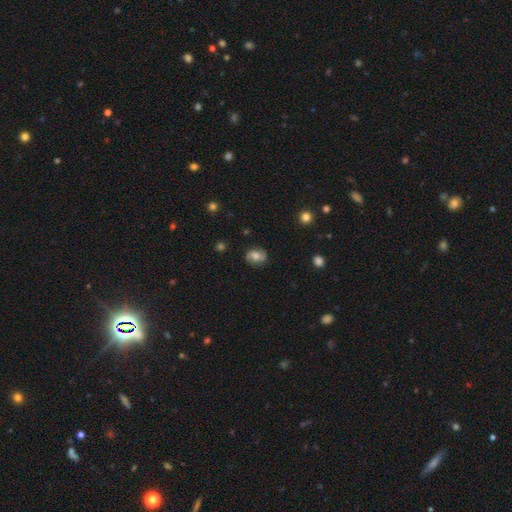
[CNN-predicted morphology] smooth 48%, featured or disk 42%, star or artifact 9%. Down the decision tree: merging — none (81%).